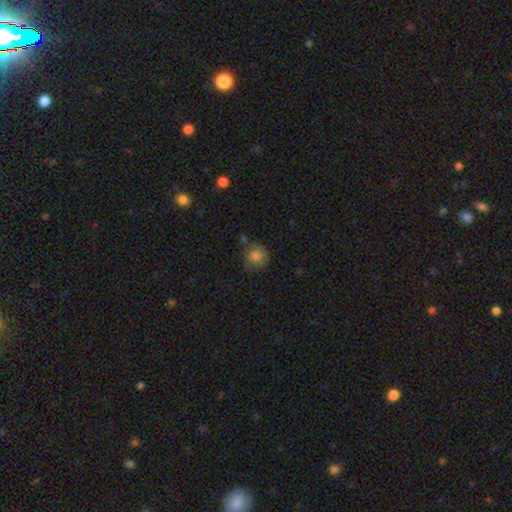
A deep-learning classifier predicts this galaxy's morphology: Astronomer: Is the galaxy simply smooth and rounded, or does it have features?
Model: smooth — 81%.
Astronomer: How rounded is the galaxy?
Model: round — 87%.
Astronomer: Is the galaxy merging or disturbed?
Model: none — 65%.